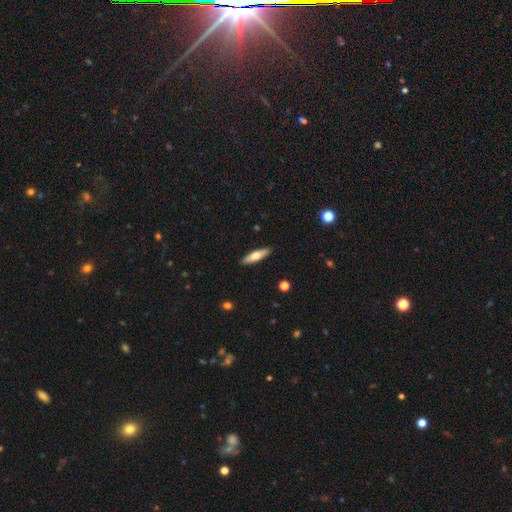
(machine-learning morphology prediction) Smooth or featured: smooth — 63% (featured or disk — 31%)
How rounded: cigar-shaped — 71% (in between — 27%)
Merging: none — 90% (minor disturbance — 7%)